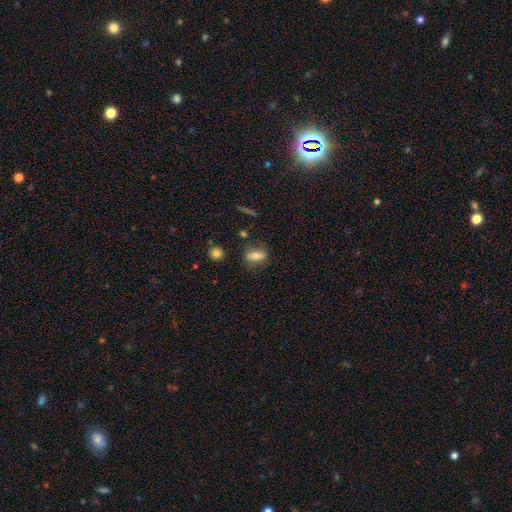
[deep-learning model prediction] Smooth or featured: smooth — 67% (featured or disk — 22%)
How rounded: in between — 65% (cigar-shaped — 24%)
Merging: none — 76% (minor disturbance — 15%)